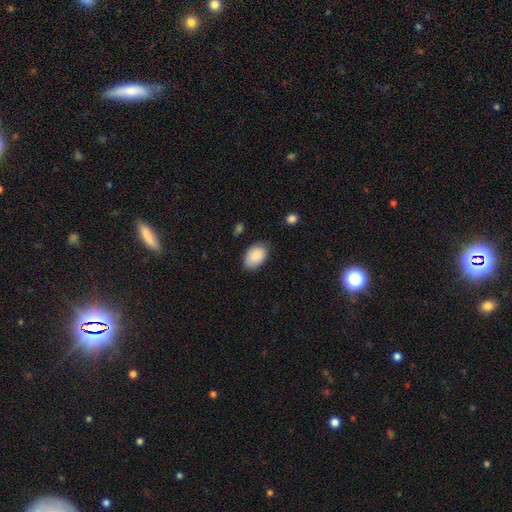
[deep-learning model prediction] Smooth or featured? Predicted: smooth (p=0.89). How rounded? Predicted: in between (p=0.92). Merging? Predicted: none (p=0.78).